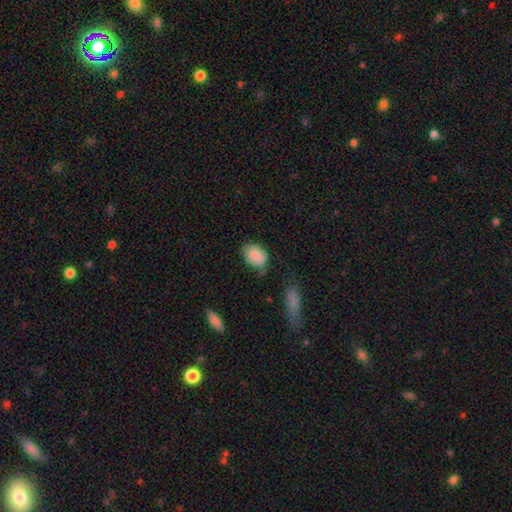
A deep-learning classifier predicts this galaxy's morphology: A smooth galaxy with no disk features (86%) that is in between round and cigar-shaped (71%).

Vote fractions:
- Smooth or featured? smooth: 86% / featured or disk: 7% / star or artifact: 7%
- How rounded? in between: 71% / round: 28% / cigar-shaped: 1%
- Merging? none: 63% / minor disturbance: 25% / merger: 6% / major disturbance: 6%